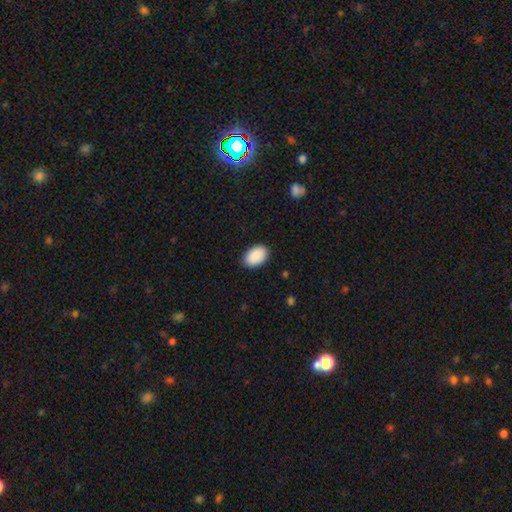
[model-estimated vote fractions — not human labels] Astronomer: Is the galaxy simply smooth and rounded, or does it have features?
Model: smooth — 91%.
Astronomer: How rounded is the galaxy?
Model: in between — 91%.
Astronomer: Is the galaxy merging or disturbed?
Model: none — 89%.